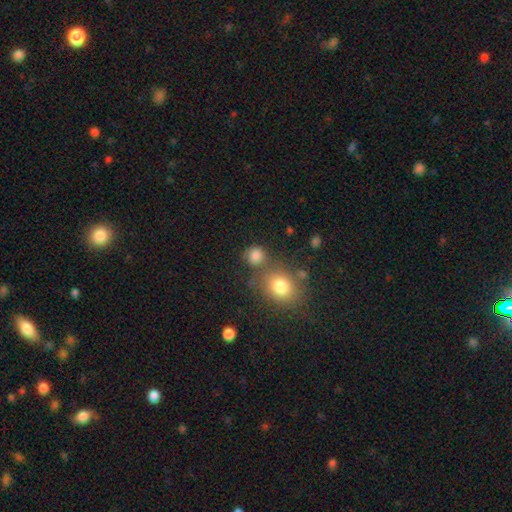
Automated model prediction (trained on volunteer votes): A smooth galaxy with no disk features (81%) that is round (78%).

Vote fractions:
- Smooth or featured? smooth: 81% / star or artifact: 12% / featured or disk: 7%
- How rounded? round: 78% / in between: 21% / cigar-shaped: 1%
- Merging? none: 60% / merger: 19% / minor disturbance: 14% / major disturbance: 7%